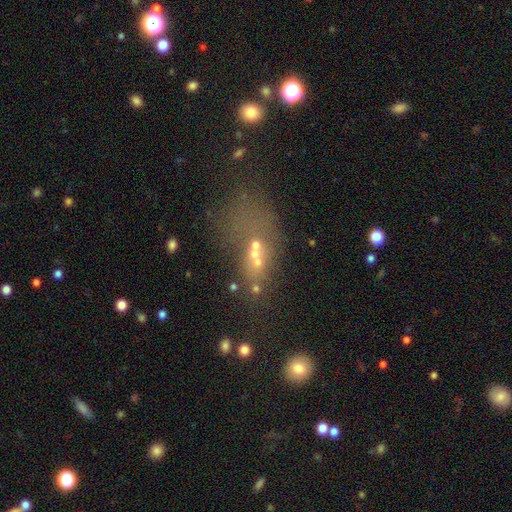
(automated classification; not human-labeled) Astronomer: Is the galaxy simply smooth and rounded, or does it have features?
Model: smooth — 37% (runner-up: featured or disk, 34%).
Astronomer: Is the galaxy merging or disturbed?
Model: merger — 42% (runner-up: none, 29%).